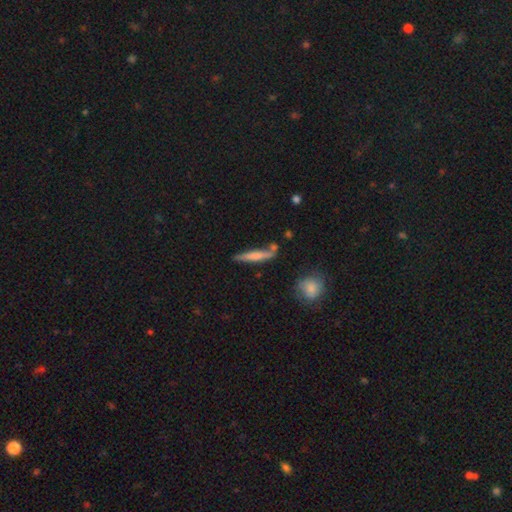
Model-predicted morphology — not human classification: Smooth or featured?
  - smooth: 61% *
  - featured or disk: 33%
  - star or artifact: 6%
How rounded?
  - cigar-shaped: 90% *
  - in between: 8%
  - round: 2%
Merging?
  - none: 67% *
  - minor disturbance: 19%
  - merger: 10%
  - major disturbance: 5%